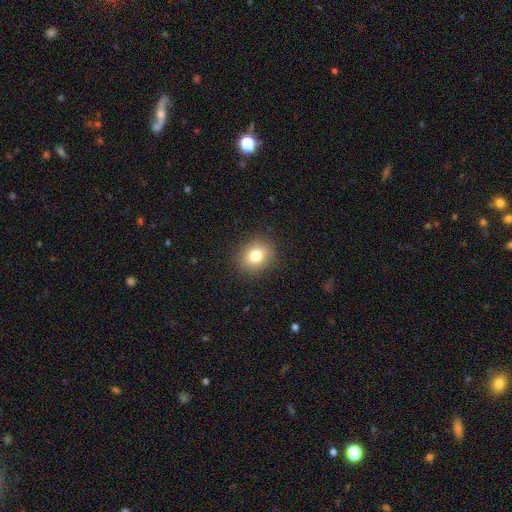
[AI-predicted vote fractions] Overall: smooth (80%). How rounded: round (52%; in between 47%). Merging: none (88%).